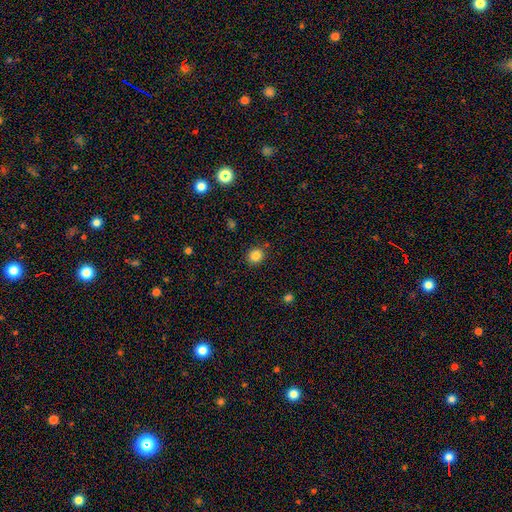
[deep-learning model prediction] smooth_or_featured: smooth (p=0.84) [alt: star or artifact p=0.11]
how_rounded: round (p=0.83) [alt: in between p=0.16]
merging: none (p=0.87) [alt: minor disturbance p=0.08]